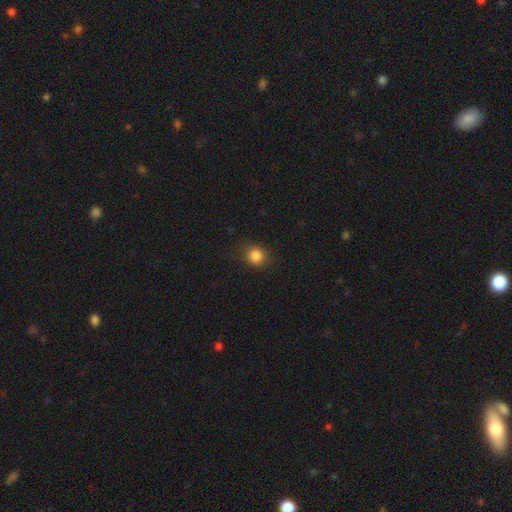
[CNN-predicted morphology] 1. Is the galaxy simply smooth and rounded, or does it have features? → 84% smooth, 11% star or artifact, 4% featured or disk.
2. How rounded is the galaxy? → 78% round, 21% in between, 1% cigar-shaped.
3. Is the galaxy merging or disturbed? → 84% none, 11% minor disturbance, 3% major disturbance, 1% merger.